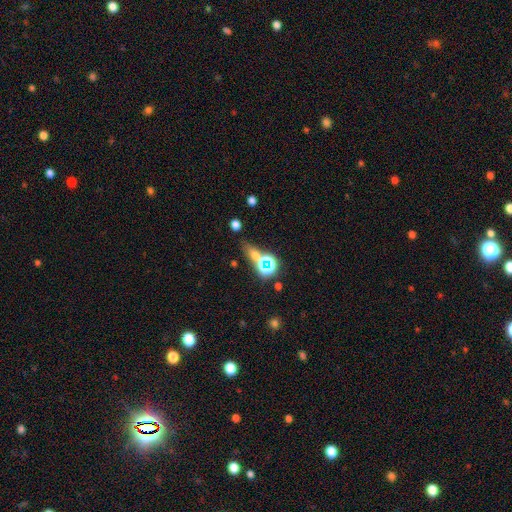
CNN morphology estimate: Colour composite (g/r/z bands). It shows a smooth galaxy with no disk features (44%). Merging: none (58%).